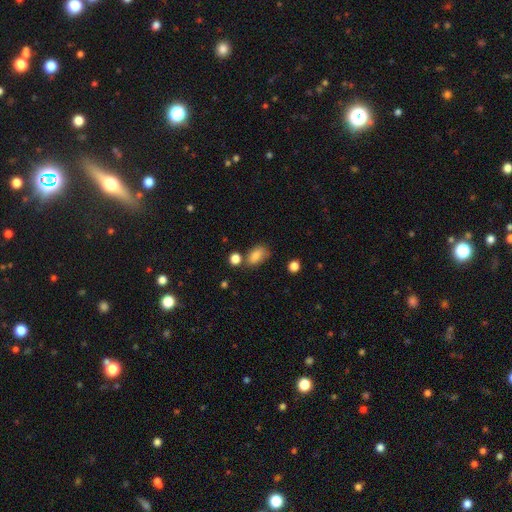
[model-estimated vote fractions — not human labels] smooth_or_featured: smooth (p=0.80) [alt: featured or disk p=0.11]
how_rounded: in between (p=0.86) [alt: round p=0.12]
merging: none (p=0.63) [alt: minor disturbance p=0.20]